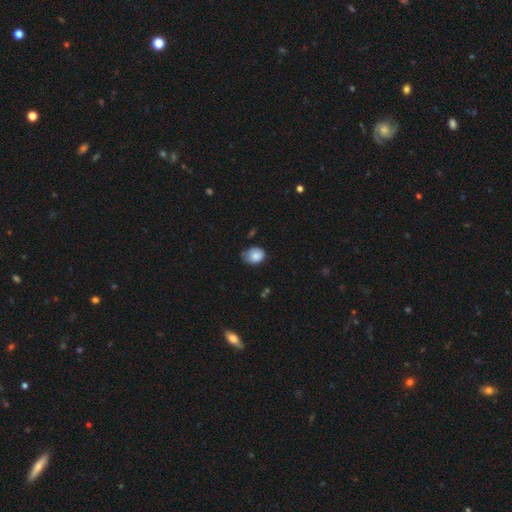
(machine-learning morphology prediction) smooth-or-featured: smooth: 83% | featured or disk: 9% | star or artifact: 8%
  how-rounded: in between: 50% | round: 49% | cigar-shaped: 1%
  merging: none: 49% | minor disturbance: 40% | major disturbance: 8% | merger: 3%